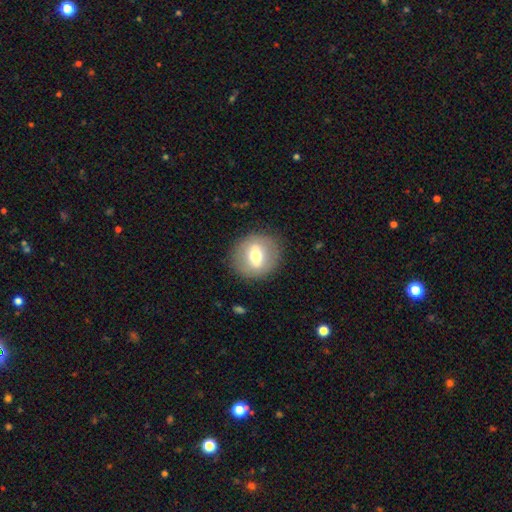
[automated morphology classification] Smooth or featured? Predicted: smooth (p=0.55). How rounded? Predicted: round (p=0.81). Merging? Predicted: none (p=0.86).